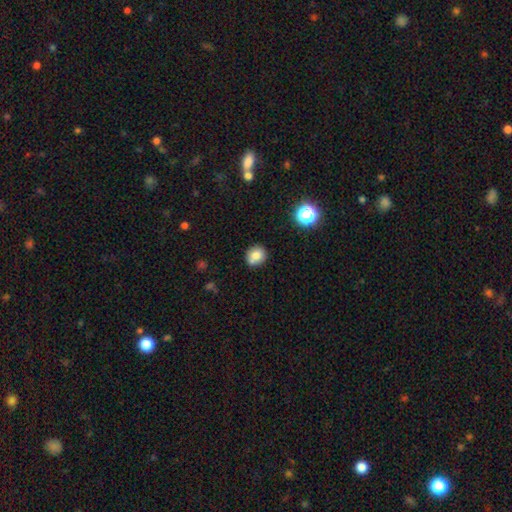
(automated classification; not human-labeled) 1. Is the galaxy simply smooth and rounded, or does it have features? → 77% smooth, 12% star or artifact, 11% featured or disk.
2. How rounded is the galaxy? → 80% round, 19% in between, 1% cigar-shaped.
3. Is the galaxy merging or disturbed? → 70% none, 14% minor disturbance, 13% merger, 3% major disturbance.